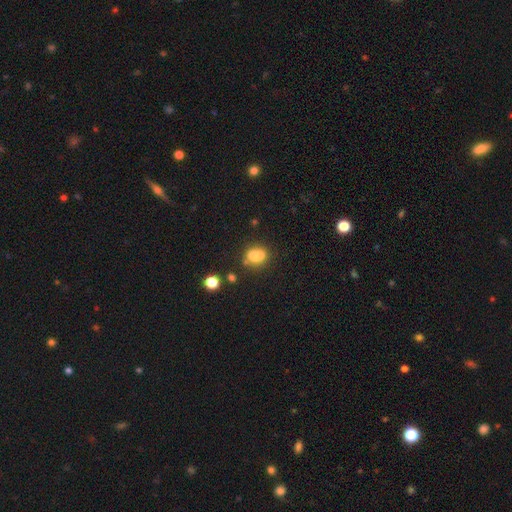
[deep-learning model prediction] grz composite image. It shows a smooth galaxy with no disk features (69%) that is round (56%). Merging: merger (49%).